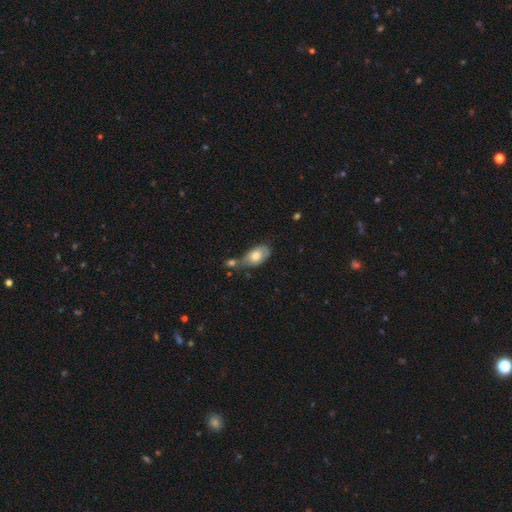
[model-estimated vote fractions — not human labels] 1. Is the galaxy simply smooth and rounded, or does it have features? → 73% smooth, 20% featured or disk, 7% star or artifact.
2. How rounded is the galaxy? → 89% in between, 8% round, 3% cigar-shaped.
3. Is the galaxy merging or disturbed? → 35% merger, 32% none, 23% minor disturbance, 11% major disturbance.